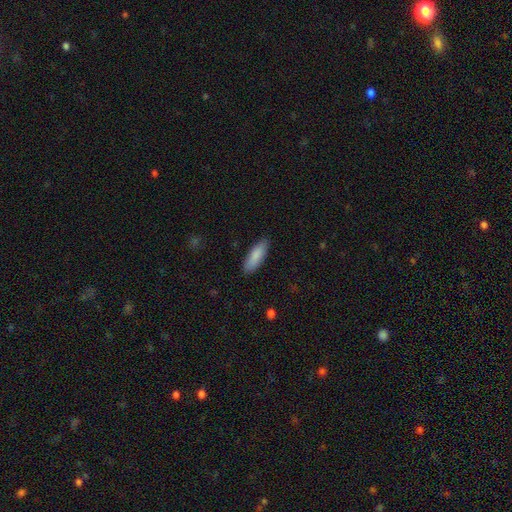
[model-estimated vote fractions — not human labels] smooth 87%, featured or disk 7%, star or artifact 5%. Down the decision tree: how rounded — in between (57%); merging — none (87%).